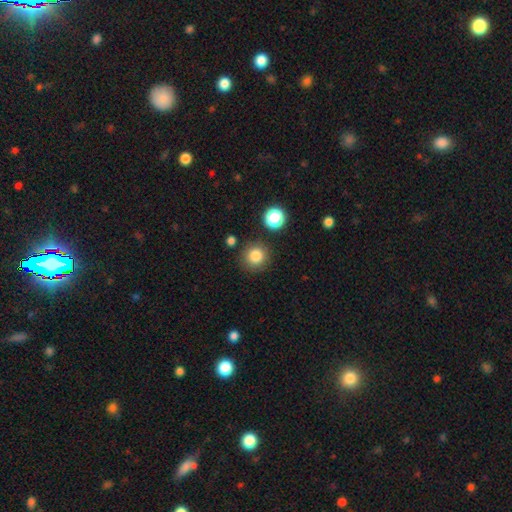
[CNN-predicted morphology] Q: Smooth or featured?
A: smooth (83%); runner-up: star or artifact (11%)
Q: How rounded?
A: round (92%); runner-up: in between (7%)
Q: Merging?
A: none (84%); runner-up: minor disturbance (9%)